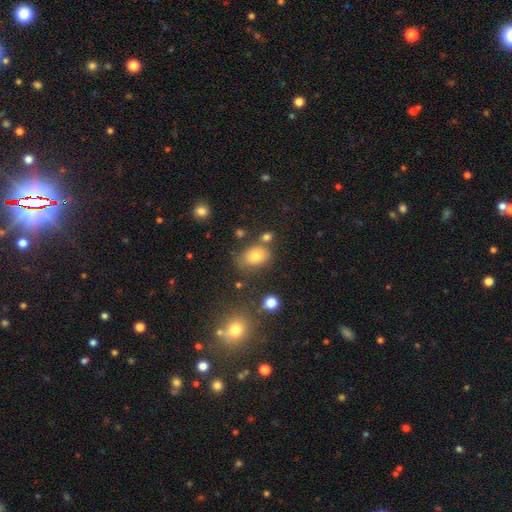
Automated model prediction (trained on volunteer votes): smooth 76%, star or artifact 12%, featured or disk 12%. Down the decision tree: how rounded — in between (77%); merging — none (64%).